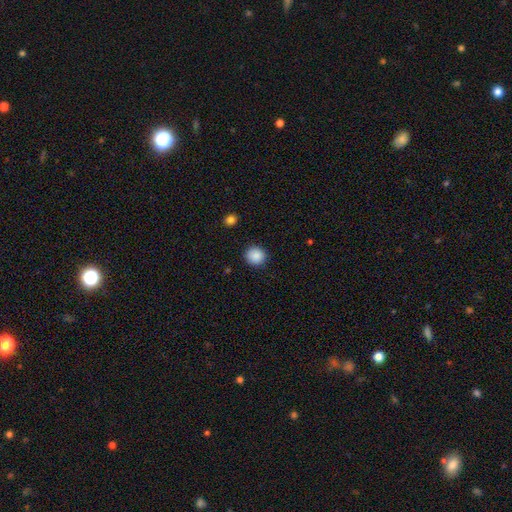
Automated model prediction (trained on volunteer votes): The model was most divided on "smooth or featured": smooth: 88%, star or artifact: 9%, featured or disk: 3%. More confident: how rounded — round (91%); merging — none (90%).